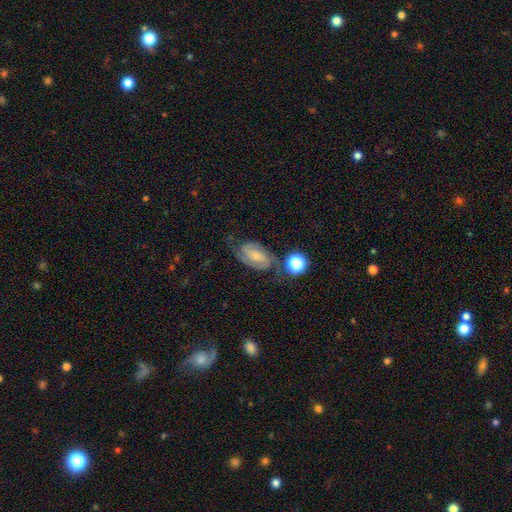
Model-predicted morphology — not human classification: Smooth or featured?
  - featured or disk: 72% *
  - smooth: 18%
  - star or artifact: 9%
Edge-on disk?
  - no: 97% *
  - yes: 3%
Bar?
  - no: 48% *
  - weak: 40%
  - strong: 13%
Spiral arms?
  - yes: 95% *
  - no: 5%
Spiral winding?
  - tight: 46% *
  - medium: 42%
  - loose: 12%
Spiral arm count?
  - 2: 83% *
  - can't tell: 9%
  - 3: 3%
  - 1: 2%
  - 4: 1%
  - more than 4: 1%
Bulge size?
  - small: 50% *
  - moderate: 26%
  - none: 18%
  - large: 5%
  - dominant: 2%
Merging?
  - none: 63% *
  - minor disturbance: 20%
  - major disturbance: 11%
  - merger: 6%